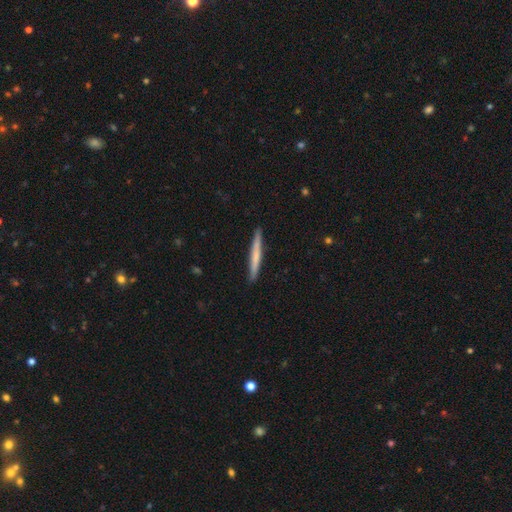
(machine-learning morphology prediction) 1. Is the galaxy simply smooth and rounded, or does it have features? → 59% smooth, 35% featured or disk, 5% star or artifact.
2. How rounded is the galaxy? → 97% cigar-shaped, 2% in between, 1% round.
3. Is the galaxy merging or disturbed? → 91% none, 6% minor disturbance, 1% major disturbance, 1% merger.